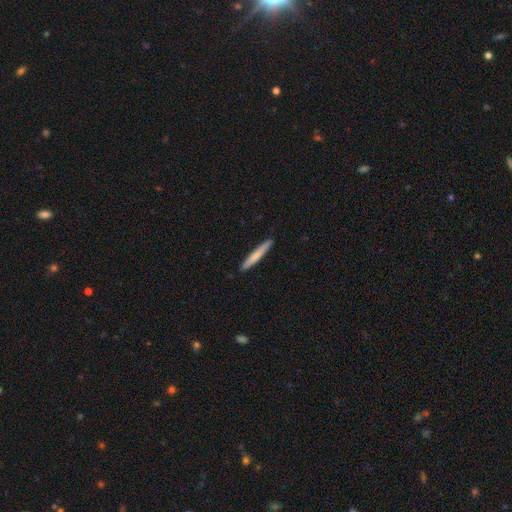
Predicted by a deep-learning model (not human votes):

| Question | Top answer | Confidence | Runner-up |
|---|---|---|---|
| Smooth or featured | smooth | 72% | featured or disk (23%) |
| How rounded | cigar-shaped | 96% | in between (3%) |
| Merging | none | 91% | minor disturbance (6%) |